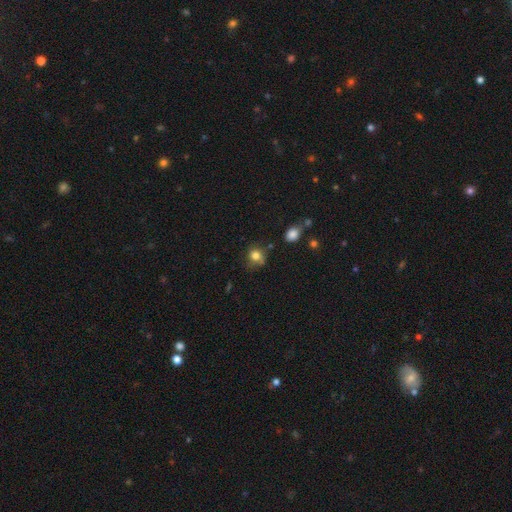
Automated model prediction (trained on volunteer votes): Smooth or featured? Predicted: smooth (p=0.79). How rounded? Predicted: round (p=0.76). Merging? Predicted: none (p=0.61).